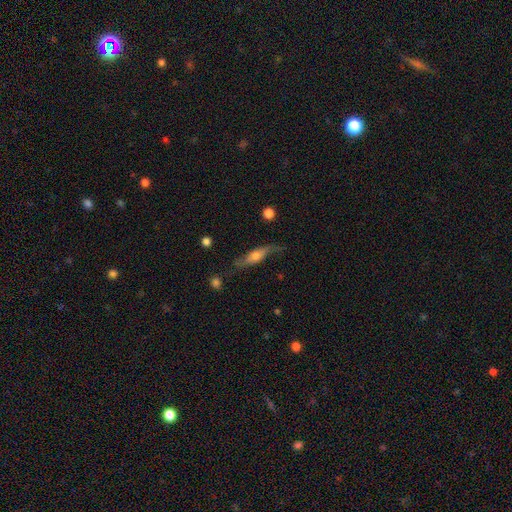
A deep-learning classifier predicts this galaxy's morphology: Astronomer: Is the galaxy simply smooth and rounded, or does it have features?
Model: featured or disk — 56% (runner-up: smooth, 38%).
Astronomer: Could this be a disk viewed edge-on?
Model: yes — 64%.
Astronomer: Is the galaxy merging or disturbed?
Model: none — 60%.